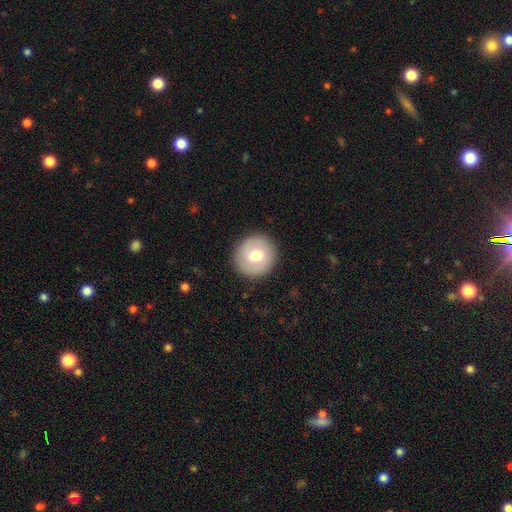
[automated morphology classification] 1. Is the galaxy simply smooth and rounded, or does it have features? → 68% smooth, 24% featured or disk, 8% star or artifact.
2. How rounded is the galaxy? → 93% round, 6% in between, 1% cigar-shaped.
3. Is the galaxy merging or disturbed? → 90% none, 6% minor disturbance, 2% major disturbance, 1% merger.